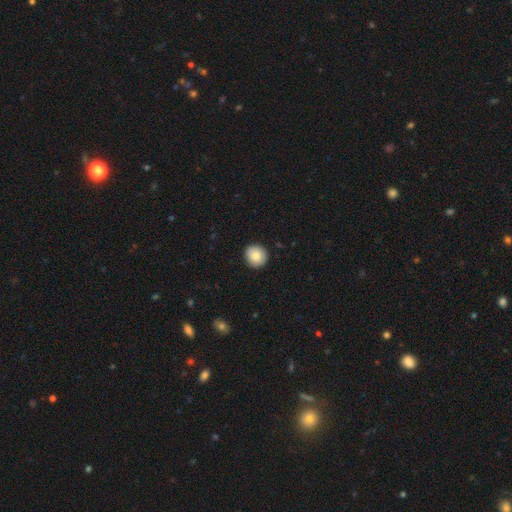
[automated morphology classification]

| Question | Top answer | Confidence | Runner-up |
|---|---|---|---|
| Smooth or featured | smooth | 84% | featured or disk (9%) |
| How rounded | round | 91% | in between (8%) |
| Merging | none | 90% | minor disturbance (7%) |